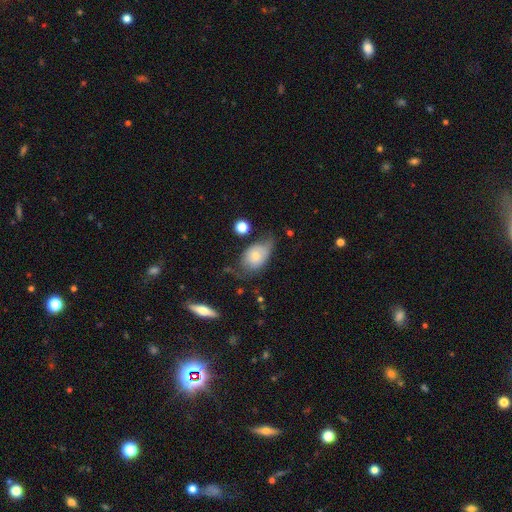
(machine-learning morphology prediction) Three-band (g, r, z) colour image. It shows a smooth galaxy with no disk features (63%) that is in between round and cigar-shaped (80%). Merging: minor disturbance (39%).